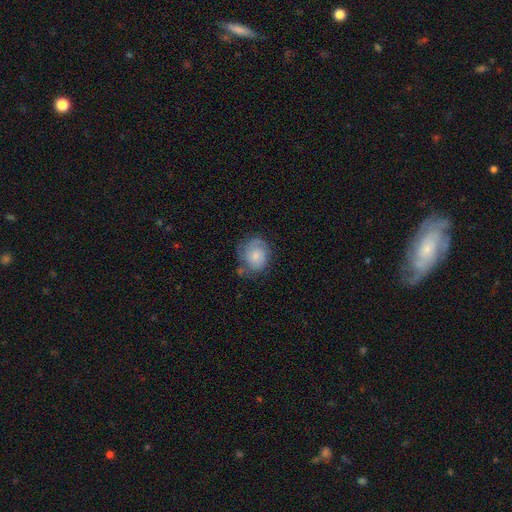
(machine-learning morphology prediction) This appears to be a smooth galaxy with no disk features (47%). Merging: none (59%).